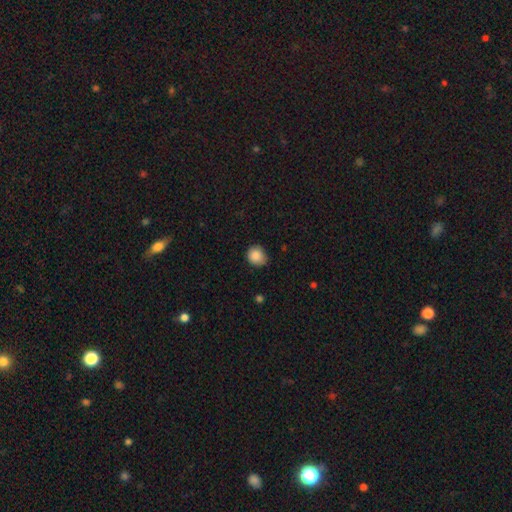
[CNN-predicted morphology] The model was most divided on "merging": none: 73%, minor disturbance: 23%, major disturbance: 3%, merger: 1%. More confident: smooth or featured — smooth (87%); how rounded — round (82%).